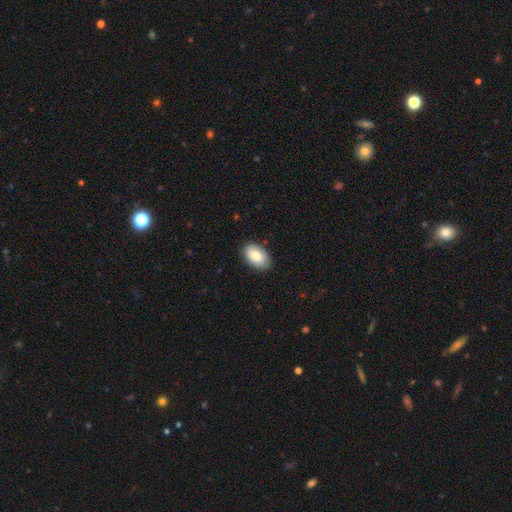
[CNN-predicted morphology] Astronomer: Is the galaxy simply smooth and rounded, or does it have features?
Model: smooth — 81%.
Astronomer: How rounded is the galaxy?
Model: in between — 92%.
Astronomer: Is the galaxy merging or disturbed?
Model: none — 87%.